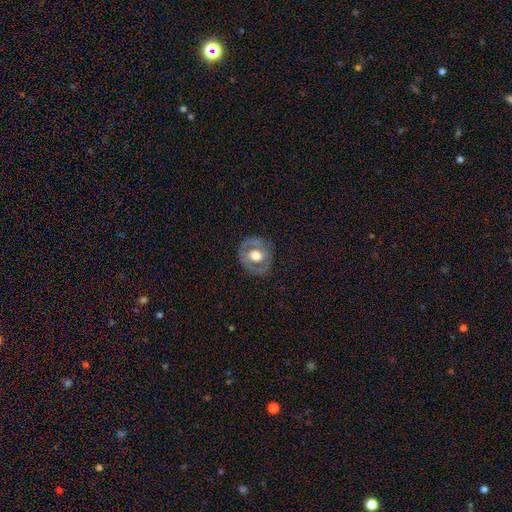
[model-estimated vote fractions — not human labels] The model was most divided on "bulge size": moderate: 55%, large: 38%, small: 4%, dominant: 2%, none: 1%. More confident: edge-on disk — no (95%); merging — none (76%); bar — no (67%); spiral arms — no (66%); smooth or featured — featured or disk (59%).